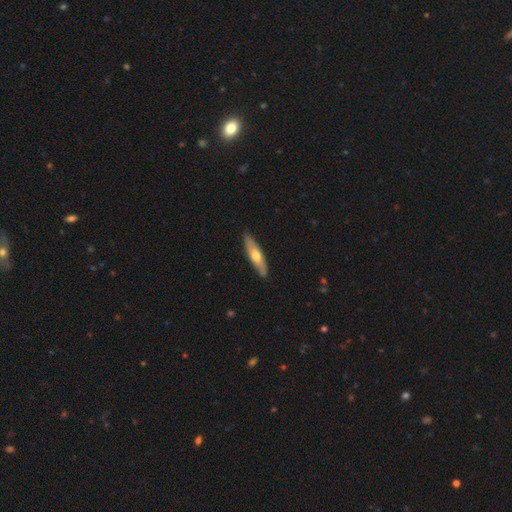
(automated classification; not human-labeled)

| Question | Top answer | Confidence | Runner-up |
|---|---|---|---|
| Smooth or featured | smooth | 52% | featured or disk (43%) |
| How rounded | cigar-shaped | 73% | in between (26%) |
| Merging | none | 88% | minor disturbance (10%) |